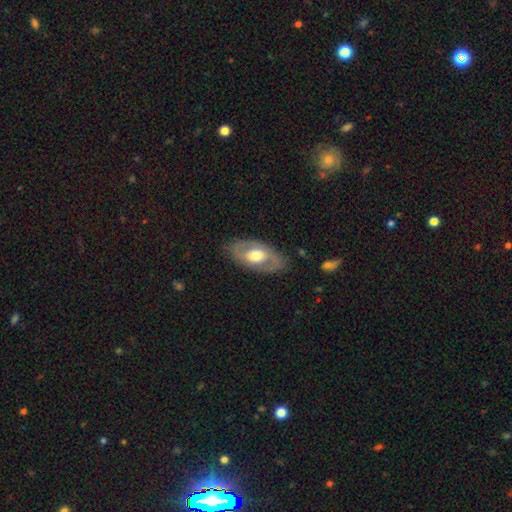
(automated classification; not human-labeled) smooth-or-featured: featured or disk: 63% | smooth: 32% | star or artifact: 5%
  disk-edge-on: no: 90% | yes: 10%
    bar: no: 56% | weak: 32% | strong: 12%
    has-spiral-arms: yes: 55% | no: 45%
    bulge-size: moderate: 66% | large: 23% | small: 8% | dominant: 1% | none: 1%
  merging: none: 81% | minor disturbance: 13% | major disturbance: 5% | merger: 1%